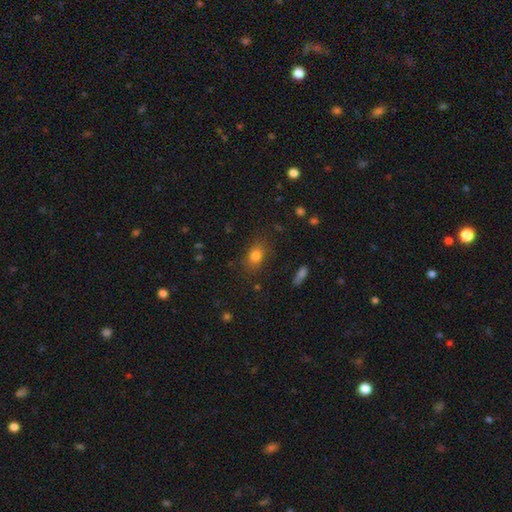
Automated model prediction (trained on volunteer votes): Smooth or featured? smooth (79%)
How rounded? in between (71%)
Merging? none (80%)